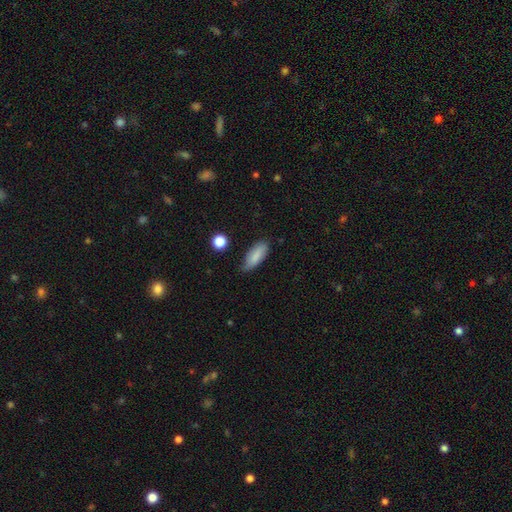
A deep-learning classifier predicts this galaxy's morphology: The model was most divided on "merging": none: 68%, minor disturbance: 26%, major disturbance: 4%, merger: 2%. More confident: smooth or featured — smooth (82%); how rounded — in between (74%).